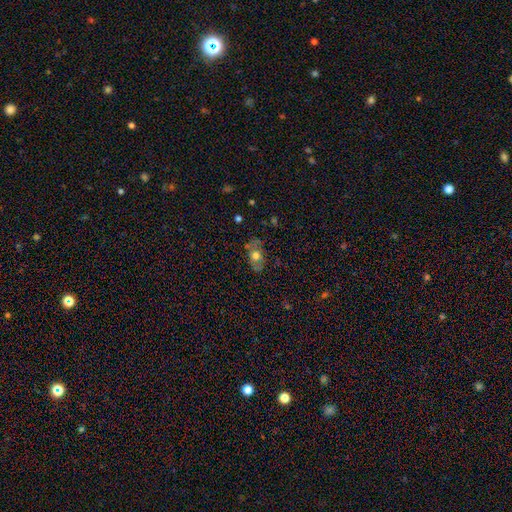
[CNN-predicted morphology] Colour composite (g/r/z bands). It shows a smooth galaxy with no disk features (60%) that is in between round and cigar-shaped (74%). Merging: none (67%).